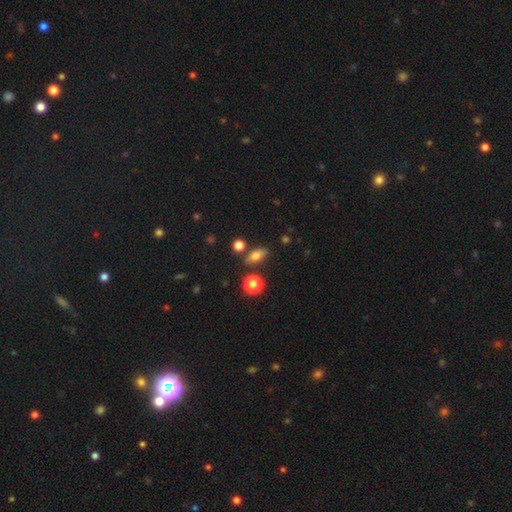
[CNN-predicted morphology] The model was most divided on "how rounded": in between: 75%, round: 14%, cigar-shaped: 11%. More confident: merging — none (79%); smooth or featured — smooth (76%).